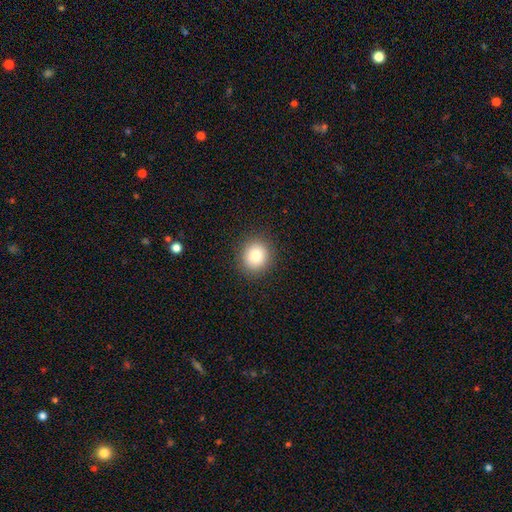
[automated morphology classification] This is clearly a smooth galaxy (84%). How rounded: clearly round (85%). Merging: clearly none (90%).